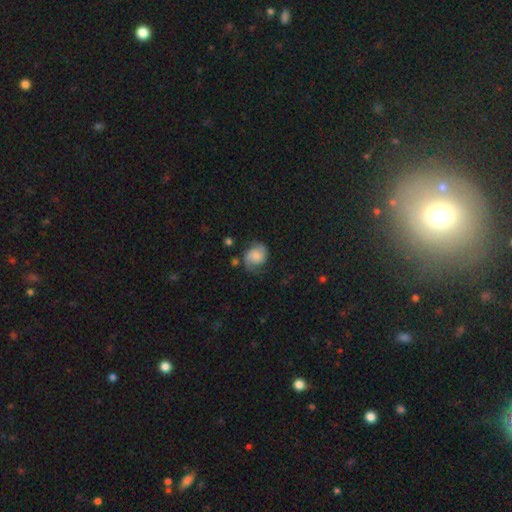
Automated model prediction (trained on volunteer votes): featured or disk 52%, smooth 38%, star or artifact 9%. Down the decision tree: edge-on disk — no (98%); bar — no (65%); spiral arms — yes (91%); bulge size — none (32%); merging — none (61%).